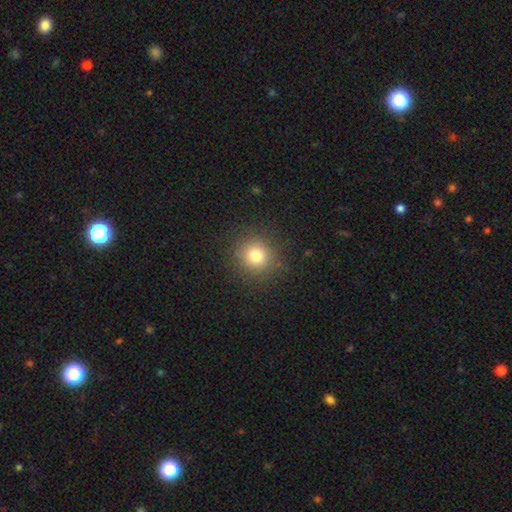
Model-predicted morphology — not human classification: Smooth or featured? smooth (77%)
How rounded? round (92%)
Merging? none (87%)